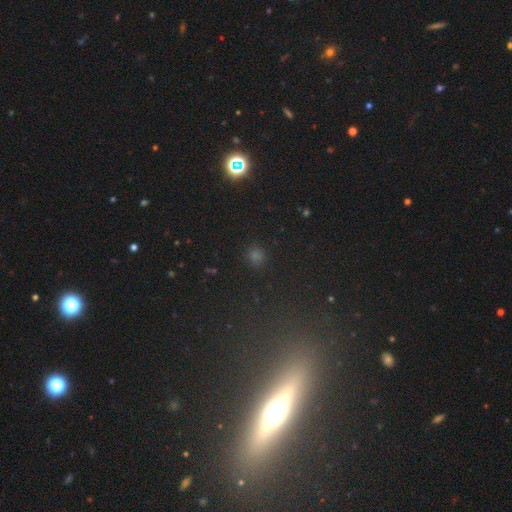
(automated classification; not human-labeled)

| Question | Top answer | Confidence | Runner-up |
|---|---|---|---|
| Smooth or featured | smooth | 59% | star or artifact (35%) |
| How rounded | round | 90% | in between (9%) |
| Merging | none | 90% | minor disturbance (6%) |